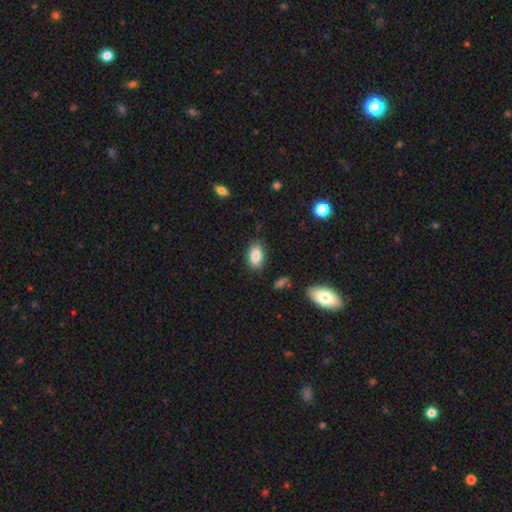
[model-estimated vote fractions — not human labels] A smooth galaxy with no disk features (86%) that is in between round and cigar-shaped (91%).

Vote fractions:
- Smooth or featured? smooth: 86% / star or artifact: 8% / featured or disk: 6%
- How rounded? in between: 91% / round: 7% / cigar-shaped: 3%
- Merging? none: 85% / minor disturbance: 11% / major disturbance: 3% / merger: 2%